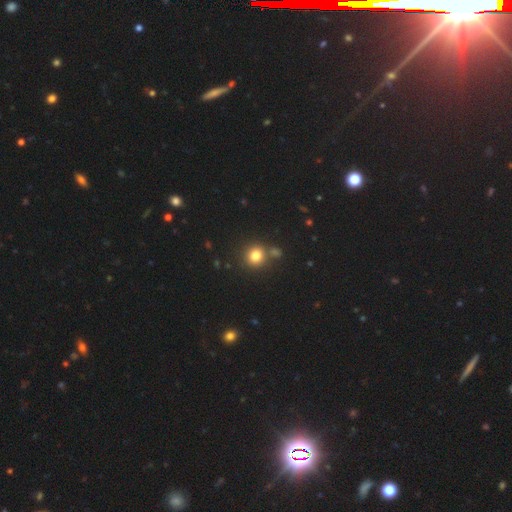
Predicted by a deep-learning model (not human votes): A smooth galaxy with no disk features (80%) that is round (87%). Merging: none (73%).